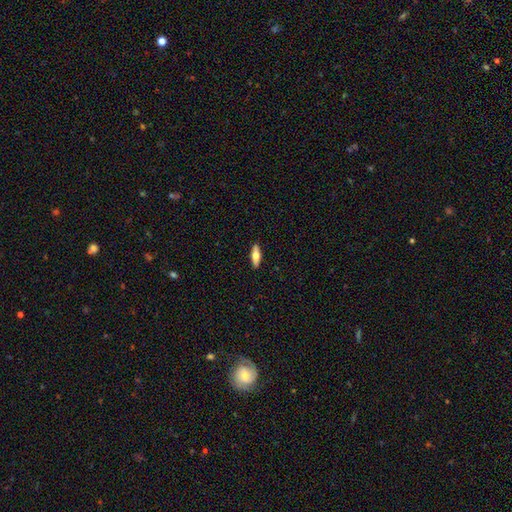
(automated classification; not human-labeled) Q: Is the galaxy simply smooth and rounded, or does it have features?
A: smooth — 58%.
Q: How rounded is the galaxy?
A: in between — 54%.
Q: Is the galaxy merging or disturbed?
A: none — 90%.